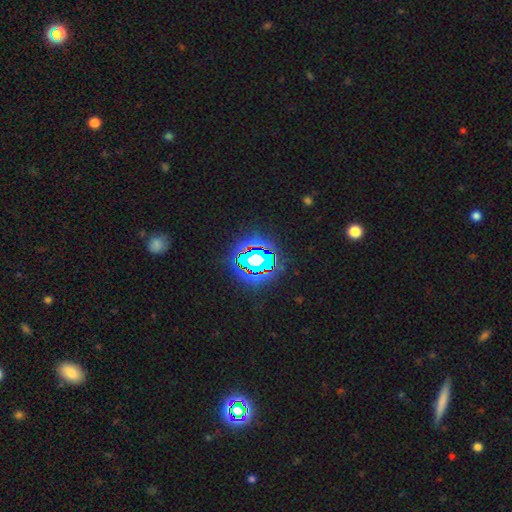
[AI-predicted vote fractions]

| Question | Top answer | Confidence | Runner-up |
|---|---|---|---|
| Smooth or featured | star or artifact | 72% | smooth (16%) |